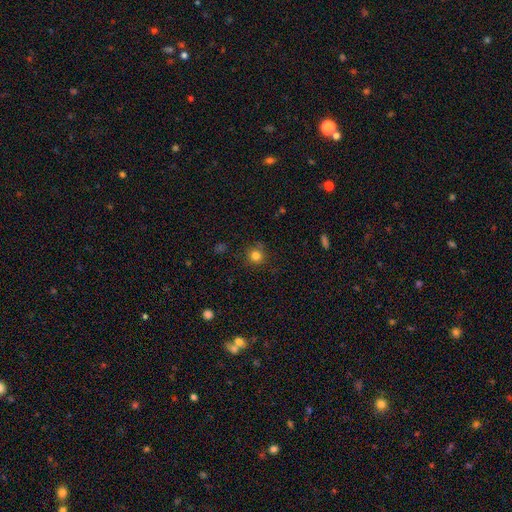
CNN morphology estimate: This is clearly a smooth galaxy (81%). How rounded: clearly round (93%). Merging: clearly none (84%).